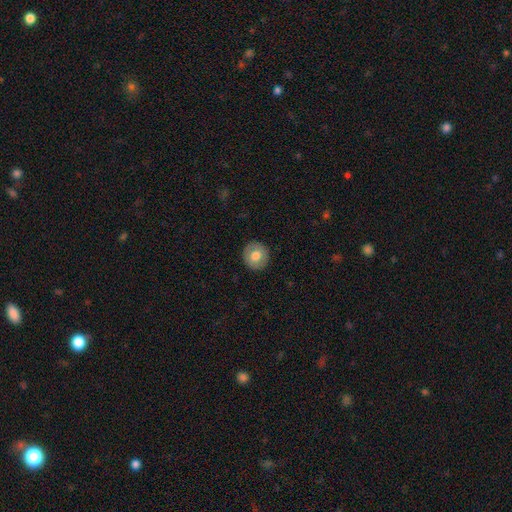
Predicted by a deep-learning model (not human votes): Smooth or featured?
  - smooth: 75% *
  - featured or disk: 18%
  - star or artifact: 8%
How rounded?
  - round: 92% *
  - in between: 7%
  - cigar-shaped: 1%
Merging?
  - none: 91% *
  - minor disturbance: 6%
  - major disturbance: 2%
  - merger: 1%